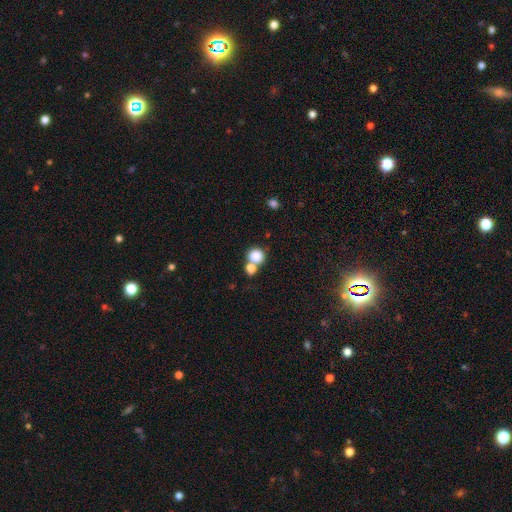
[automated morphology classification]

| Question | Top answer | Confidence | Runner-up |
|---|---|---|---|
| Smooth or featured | smooth | 83% | star or artifact (10%) |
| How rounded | round | 86% | in between (13%) |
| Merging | none | 48% | merger (41%) |